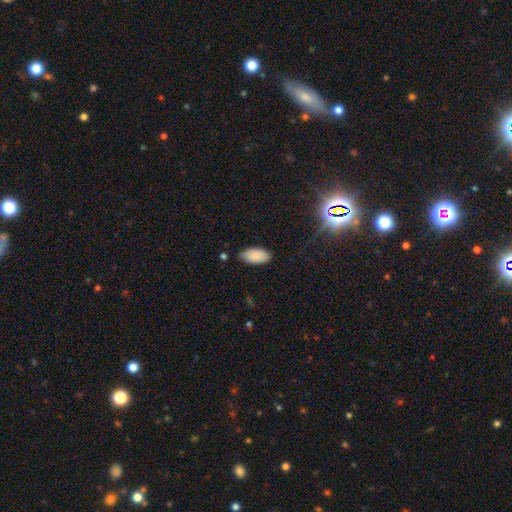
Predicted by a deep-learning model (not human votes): smooth_or_featured: smooth (p=0.88) [alt: star or artifact p=0.08]
how_rounded: in between (p=0.95) [alt: cigar-shaped p=0.03]
merging: none (p=0.80) [alt: minor disturbance p=0.16]